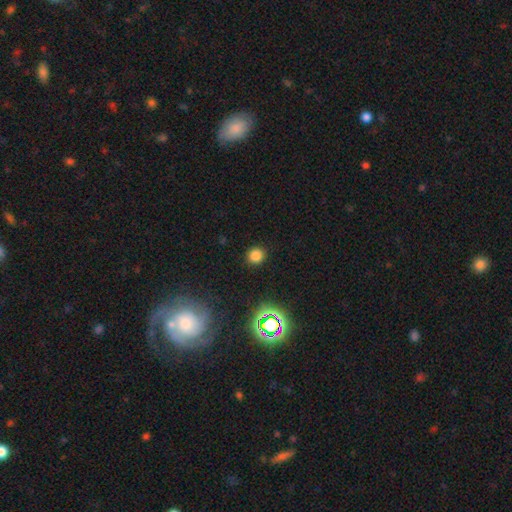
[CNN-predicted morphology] smooth_or_featured: smooth (p=0.77) [alt: star or artifact p=0.18]
how_rounded: round (p=0.86) [alt: in between p=0.13]
merging: none (p=0.90) [alt: minor disturbance p=0.07]